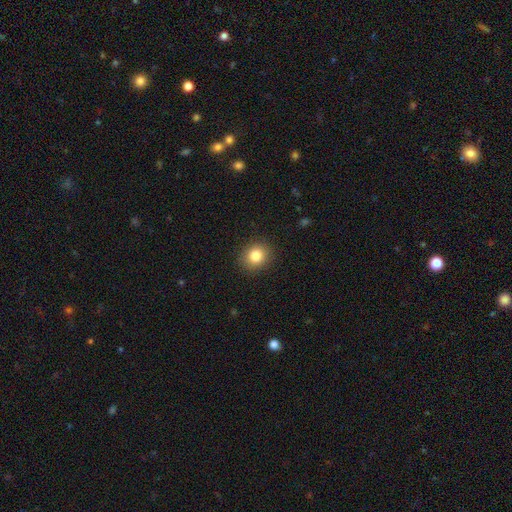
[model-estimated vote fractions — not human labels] This is clearly a smooth galaxy (83%). How rounded: likely round (76%). Merging: clearly none (90%).